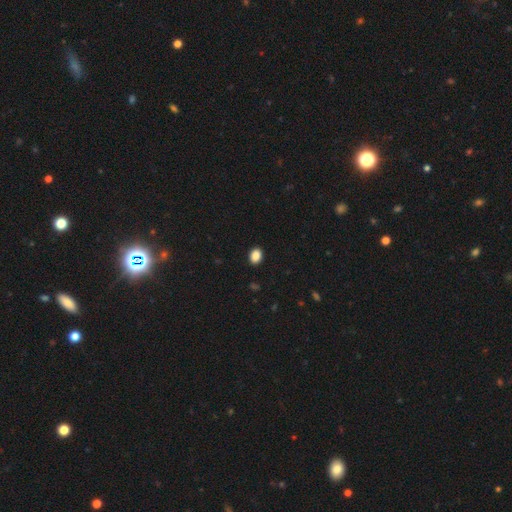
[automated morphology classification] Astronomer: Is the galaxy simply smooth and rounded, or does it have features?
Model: smooth — 89%.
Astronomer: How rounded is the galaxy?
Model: in between — 69%.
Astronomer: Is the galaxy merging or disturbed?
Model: none — 91%.